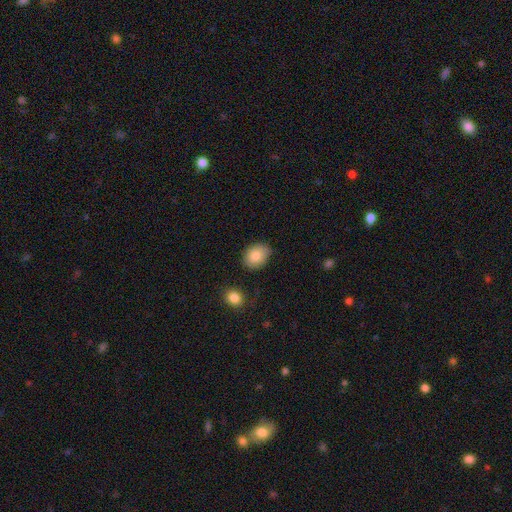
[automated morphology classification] smooth-or-featured: smooth: 86% | star or artifact: 8% | featured or disk: 7%
  how-rounded: in between: 66% | round: 33% | cigar-shaped: 1%
  merging: none: 78% | minor disturbance: 17% | major disturbance: 3% | merger: 3%